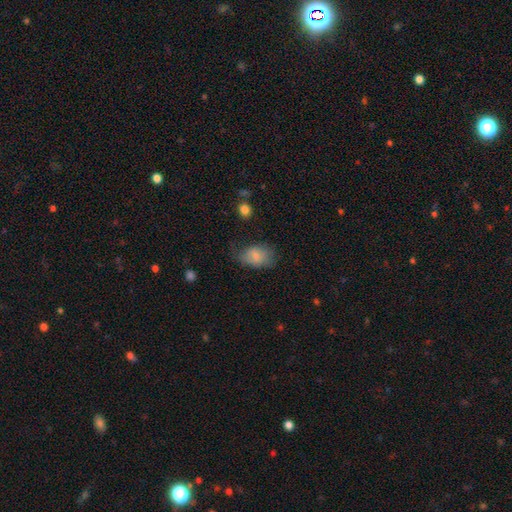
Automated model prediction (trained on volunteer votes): Overall: smooth (77%). How rounded: in between (83%). Merging: none (55%; minor disturbance 30%).